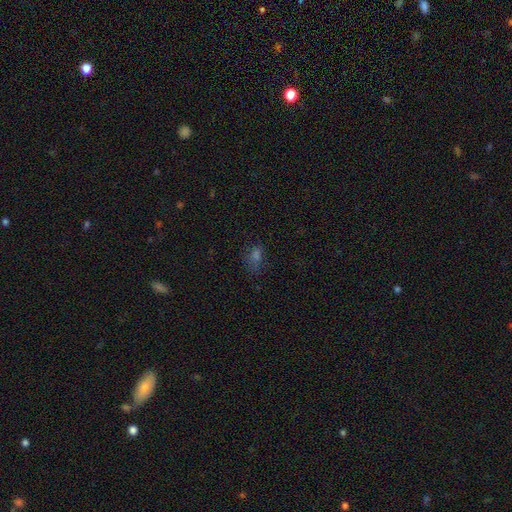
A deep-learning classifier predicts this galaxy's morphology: The model was most divided on "smooth or featured": smooth: 55%, star or artifact: 32%, featured or disk: 12%. More confident: how rounded — in between (73%); merging — none (60%).